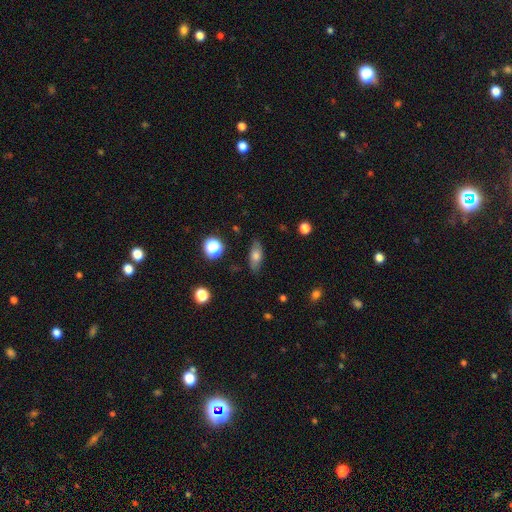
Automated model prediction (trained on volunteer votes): Smooth or featured: smooth — 68% (featured or disk — 22%)
How rounded: in between — 74% (cigar-shaped — 18%)
Merging: none — 83% (minor disturbance — 13%)